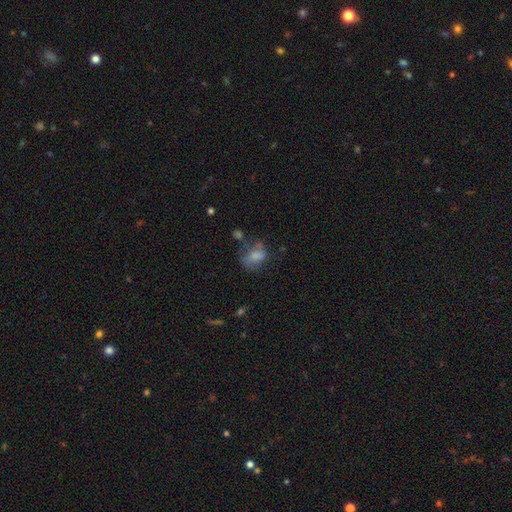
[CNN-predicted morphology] smooth-or-featured: smooth: 67% | featured or disk: 22% | star or artifact: 11%
  how-rounded: in between: 68% | round: 30% | cigar-shaped: 1%
  merging: none: 36% | minor disturbance: 27% | major disturbance: 26% | merger: 11%